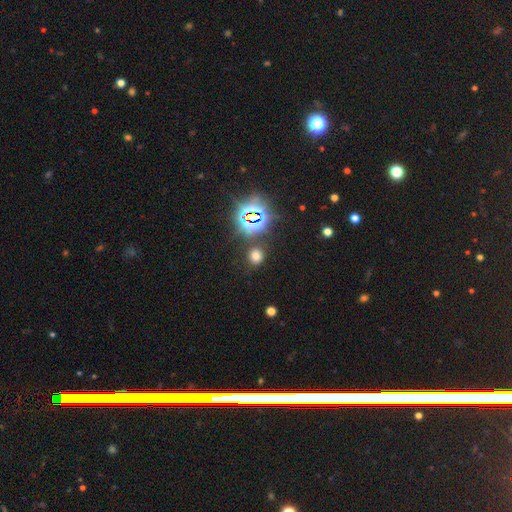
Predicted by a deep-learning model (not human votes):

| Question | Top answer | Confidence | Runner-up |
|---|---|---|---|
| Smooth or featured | smooth | 63% | star or artifact (31%) |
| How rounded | round | 77% | in between (21%) |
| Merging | none | 84% | minor disturbance (9%) |